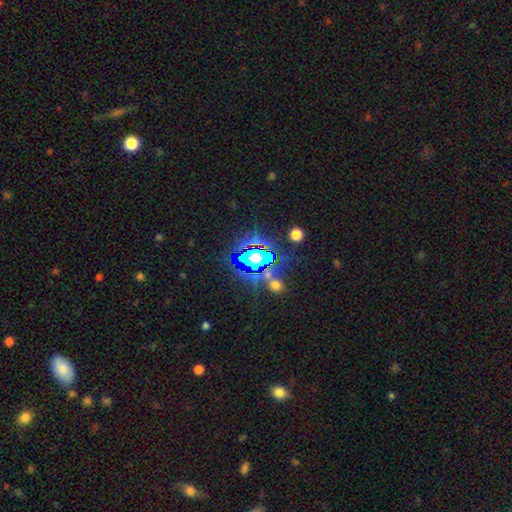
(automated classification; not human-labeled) A star or artifact, not a galaxy (61%).

Vote fractions:
- Smooth or featured? star or artifact: 61% / smooth: 24% / featured or disk: 15%